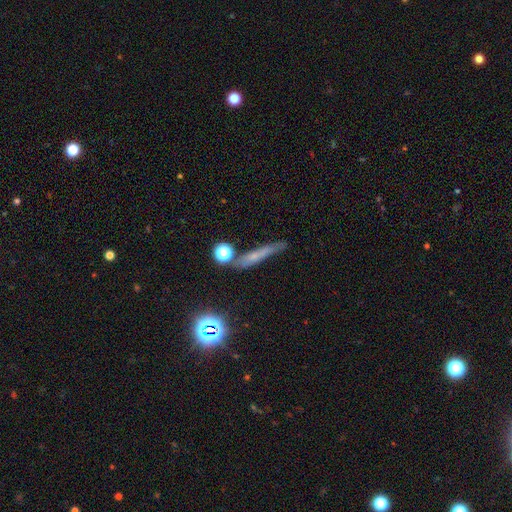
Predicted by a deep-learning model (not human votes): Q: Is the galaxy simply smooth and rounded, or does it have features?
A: smooth — 48%.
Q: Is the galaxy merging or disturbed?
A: none — 70%.